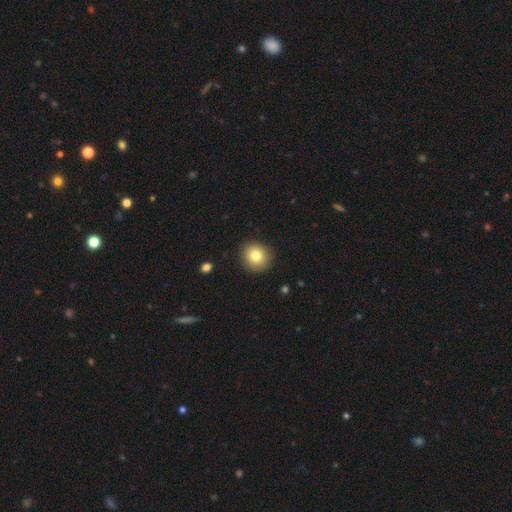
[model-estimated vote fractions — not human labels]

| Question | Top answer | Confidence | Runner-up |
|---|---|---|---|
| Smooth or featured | smooth | 81% | star or artifact (10%) |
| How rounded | round | 87% | in between (12%) |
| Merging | none | 90% | minor disturbance (7%) |